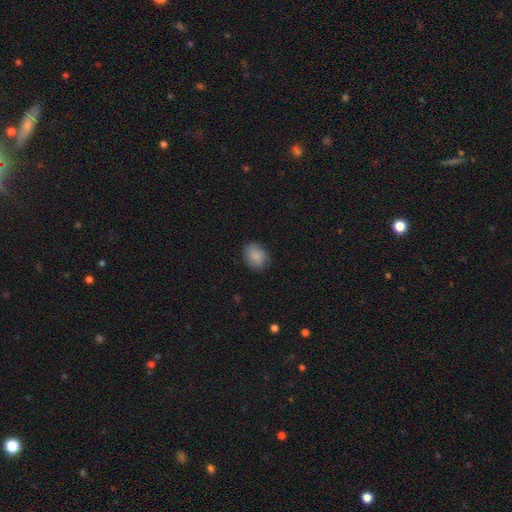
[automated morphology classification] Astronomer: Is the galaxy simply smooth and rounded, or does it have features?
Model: smooth — 87%.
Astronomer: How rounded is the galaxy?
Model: in between — 53% (runner-up: round, 45%).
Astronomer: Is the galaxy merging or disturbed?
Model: none — 82%.